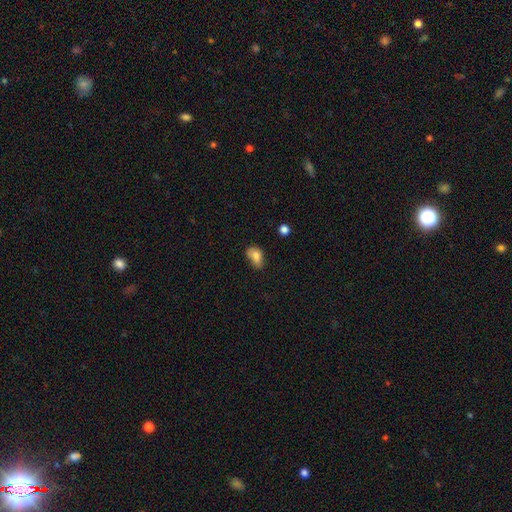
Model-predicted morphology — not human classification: This appears to be a smooth galaxy with no disk features (80%) that is in between round and cigar-shaped (82%). Merging: none (41%, tied with minor disturbance).